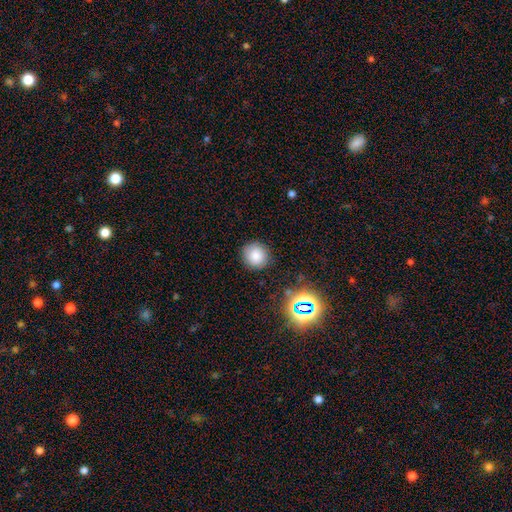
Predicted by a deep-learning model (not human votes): smooth_or_featured: smooth (p=0.78) [alt: star or artifact p=0.14]
how_rounded: round (p=0.93) [alt: in between p=0.07]
merging: none (p=0.86) [alt: minor disturbance p=0.09]